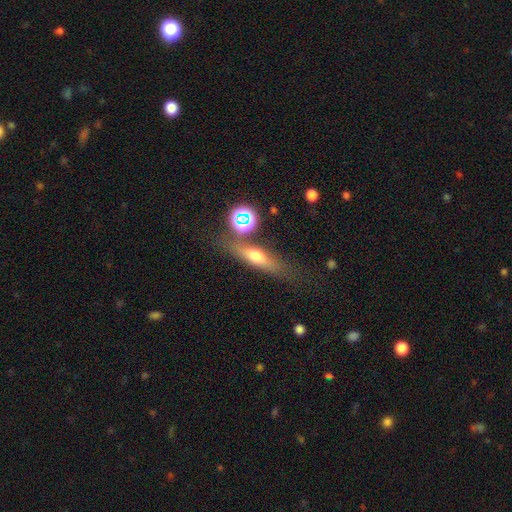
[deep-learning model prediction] This appears to be a smooth galaxy with no disk features (49%). Merging: none (69%).